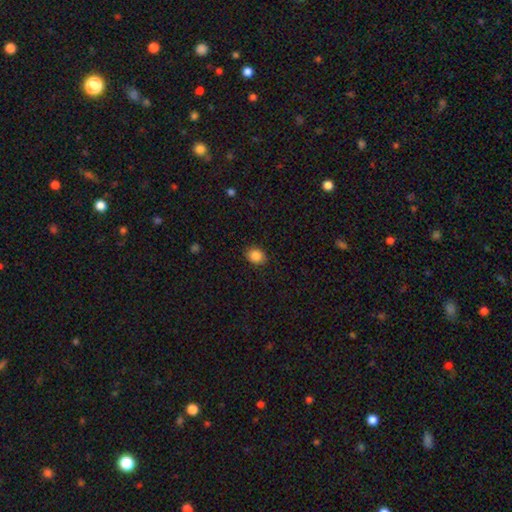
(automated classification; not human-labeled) Smooth or featured: smooth — 87% (star or artifact — 9%)
How rounded: round — 51% (in between — 48%)
Merging: none — 89% (minor disturbance — 8%)